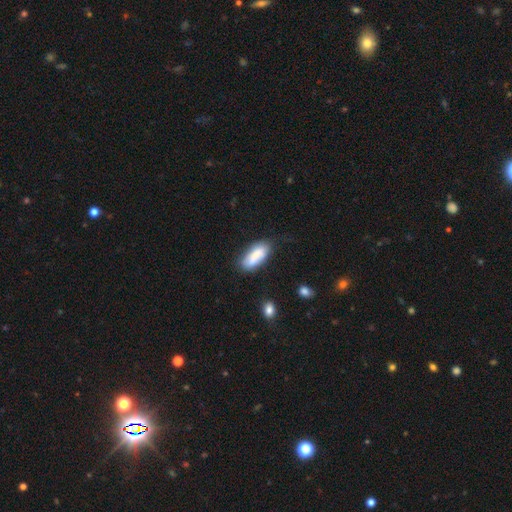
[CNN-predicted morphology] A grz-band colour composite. It shows a smooth galaxy with no disk features (76%) that is in between round and cigar-shaped (80%). Merging: none (68%).